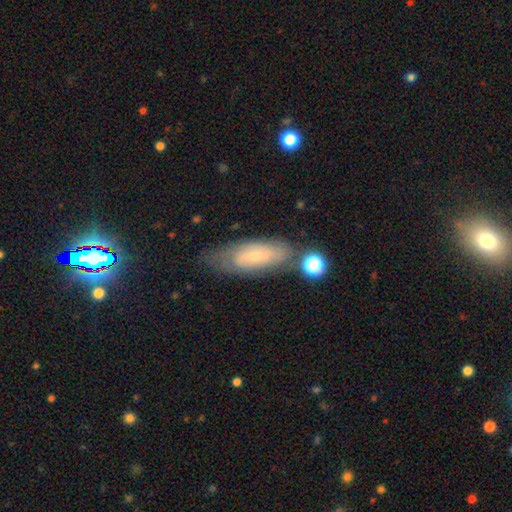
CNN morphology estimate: type=smooth (48%); merging=none (61%).